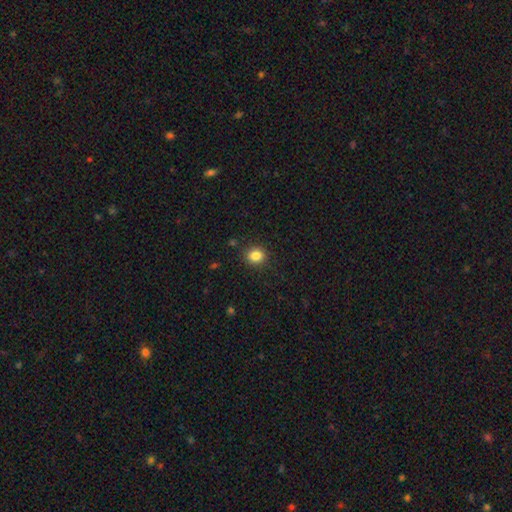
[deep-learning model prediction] Overall: smooth (84%). How rounded: round (75%). Merging: none (89%).